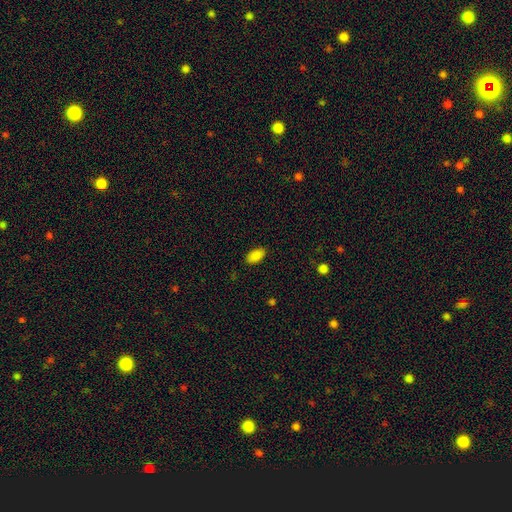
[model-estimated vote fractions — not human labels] Smooth or featured? smooth (88%)
How rounded? in between (94%)
Merging? none (86%)